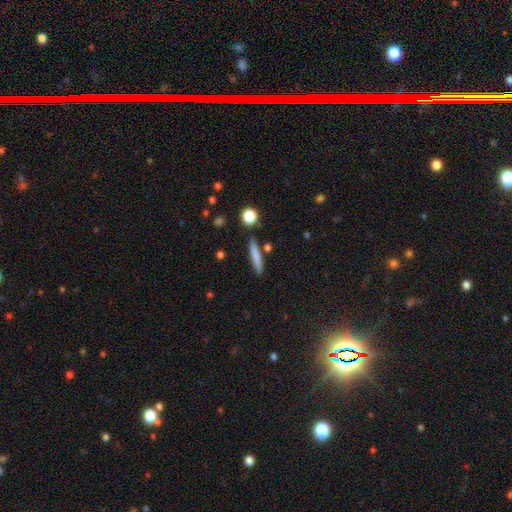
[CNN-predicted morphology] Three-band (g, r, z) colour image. It shows a smooth galaxy with no disk features (74%) that is cigar-shaped (91%). Merging: none (84%).